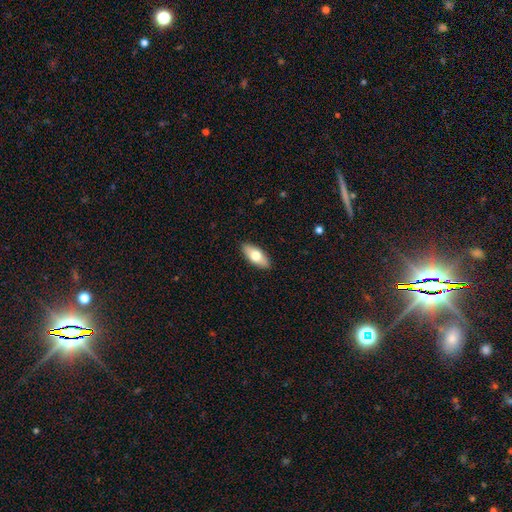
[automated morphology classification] smooth_or_featured: smooth (p=0.71) [alt: featured or disk p=0.23]
how_rounded: in between (p=0.83) [alt: cigar-shaped p=0.14]
merging: none (p=0.89) [alt: minor disturbance p=0.08]